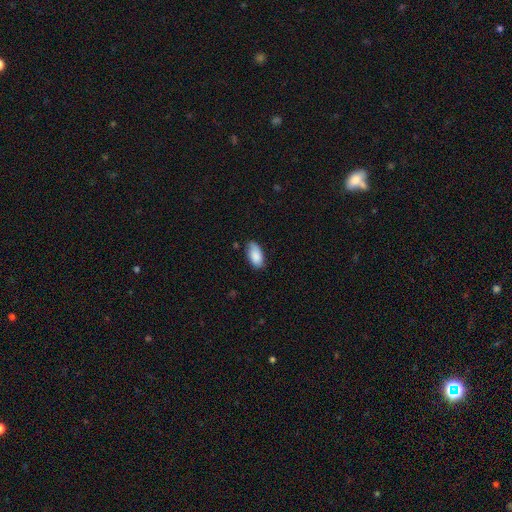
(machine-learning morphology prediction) Smooth or featured? smooth (87%)
How rounded? in between (93%)
Merging? none (72%)